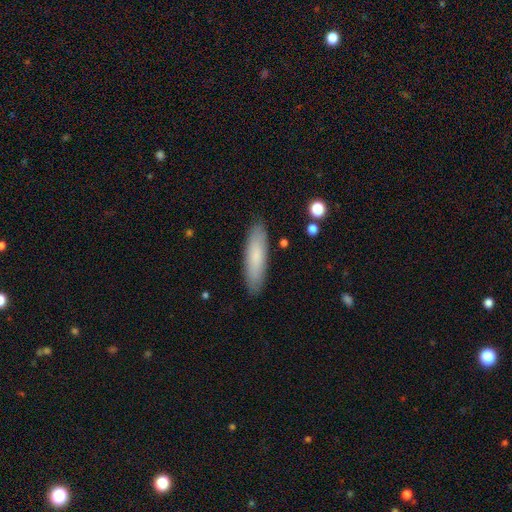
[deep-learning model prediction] Overall: smooth (79%). How rounded: cigar-shaped (65%; in between 33%). Merging: none (88%).